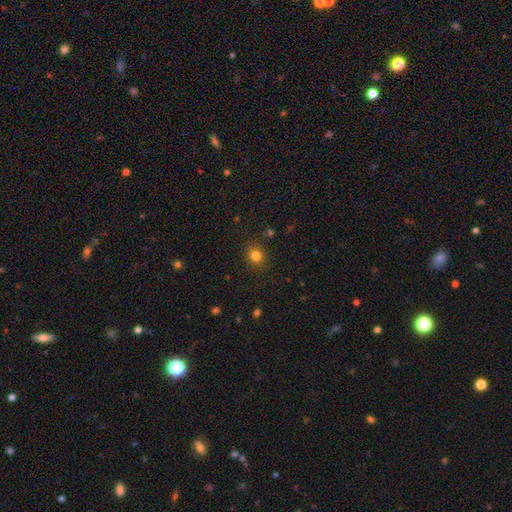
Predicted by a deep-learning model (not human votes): Smooth or featured? Predicted: smooth (p=0.81). How rounded? Predicted: round (p=0.85). Merging? Predicted: none (p=0.88).